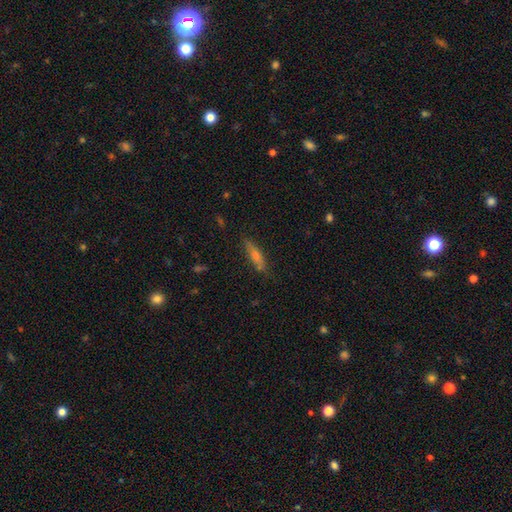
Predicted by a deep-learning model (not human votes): Overall: smooth (49%; featured or disk 39%). Merging: none (84%).